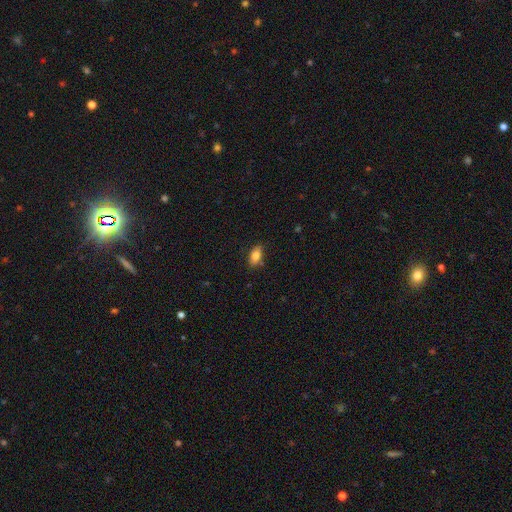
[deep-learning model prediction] Morphology: type=smooth (81%); roundness=in between (89%); merging=none (80%).